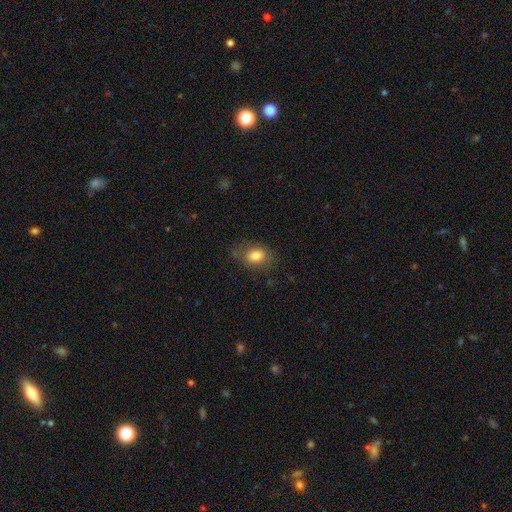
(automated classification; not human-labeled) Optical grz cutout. It shows a smooth galaxy with no disk features (80%) that is in between round and cigar-shaped (76%). Merging: none (69%).